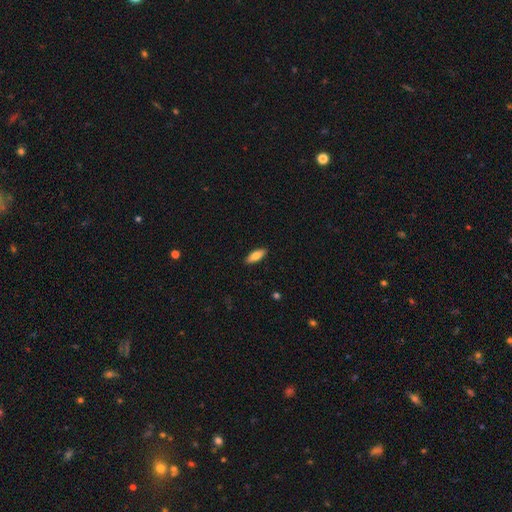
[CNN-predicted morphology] Smooth or featured? smooth (78%)
How rounded? in between (67%)
Merging? none (90%)